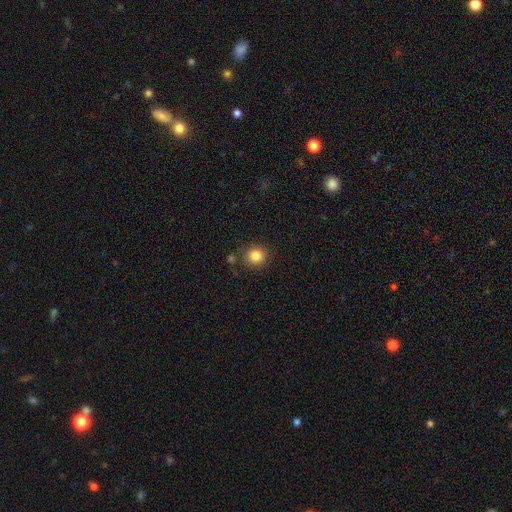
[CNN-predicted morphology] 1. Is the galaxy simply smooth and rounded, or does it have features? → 84% smooth, 11% star or artifact, 6% featured or disk.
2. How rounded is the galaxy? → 90% round, 9% in between, 1% cigar-shaped.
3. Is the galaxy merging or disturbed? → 85% none, 8% minor disturbance, 4% merger, 3% major disturbance.